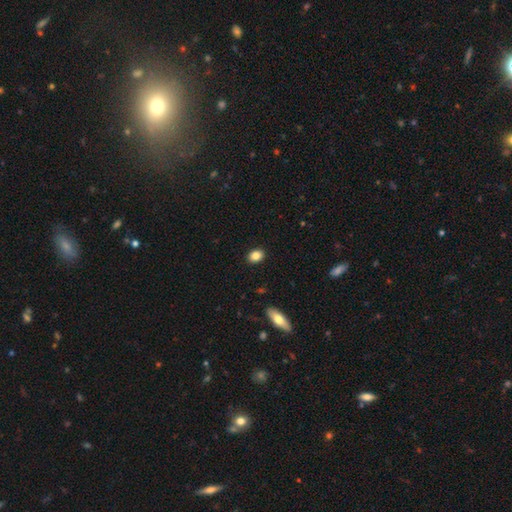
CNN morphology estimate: smooth 85%, star or artifact 9%, featured or disk 6%. Down the decision tree: how rounded — in between (68%); merging — none (90%).